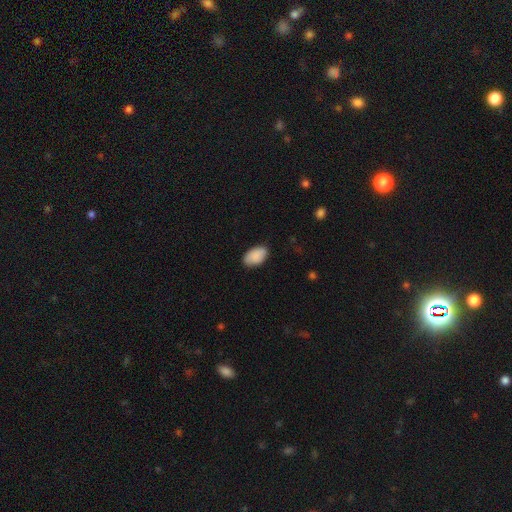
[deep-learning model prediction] Overall: smooth (90%). How rounded: in between (94%). Merging: none (83%).